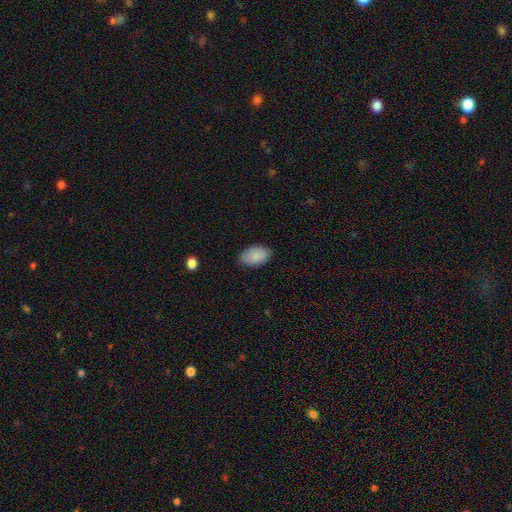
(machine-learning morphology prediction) This is clearly a smooth galaxy (88%). How rounded: clearly in between (93%). Merging: clearly none (84%).